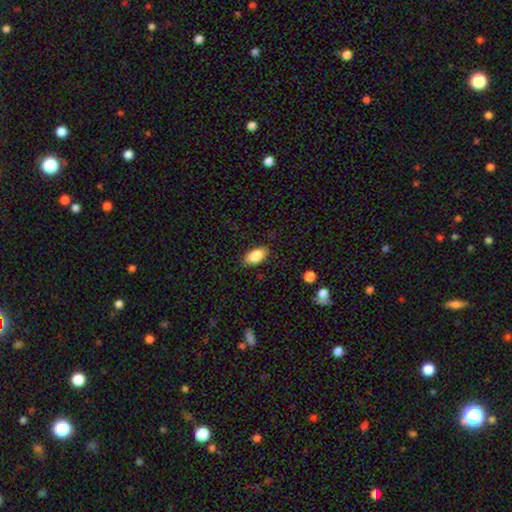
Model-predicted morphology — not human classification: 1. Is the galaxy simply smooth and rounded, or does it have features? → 86% smooth, 7% star or artifact, 7% featured or disk.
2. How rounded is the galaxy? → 92% in between, 4% cigar-shaped, 4% round.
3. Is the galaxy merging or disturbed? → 84% none, 12% minor disturbance, 3% major disturbance, 1% merger.